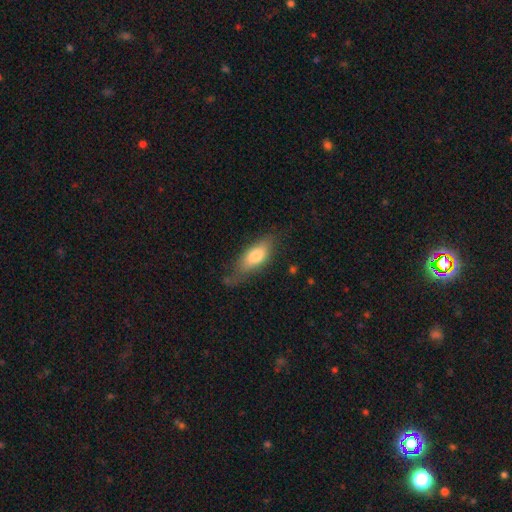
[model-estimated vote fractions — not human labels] Overall: smooth (72%). How rounded: in between (72%). Merging: none (60%; minor disturbance 27%).